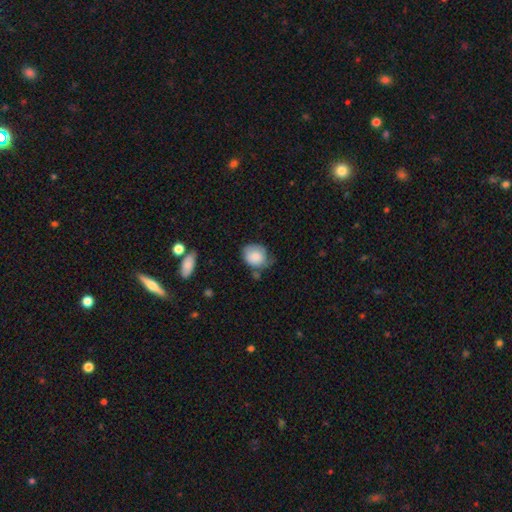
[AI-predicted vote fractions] Overall: smooth (82%). How rounded: round (57%; in between 42%). Merging: none (49%; minor disturbance 35%).